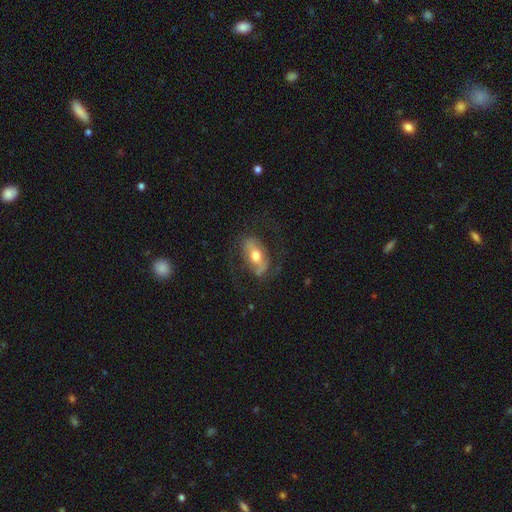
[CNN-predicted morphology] Overall: featured or disk (62%; smooth 31%). Edge-on disk: no (86%). Bar: strong (43%; weak 31%). Spiral arms: yes (59%; no 41%). Bulge size: moderate (71%). Merging: none (67%).